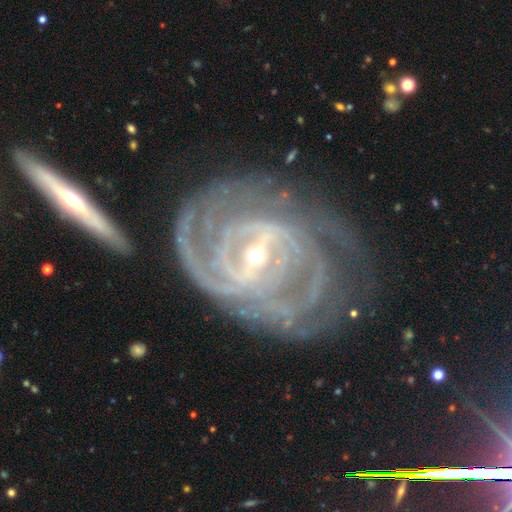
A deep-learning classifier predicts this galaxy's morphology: Smooth or featured?
  - featured or disk: 92% *
  - star or artifact: 5%
  - smooth: 3%
Edge-on disk?
  - no: 96% *
  - yes: 4%
Bar?
  - strong: 58% *
  - weak: 33%
  - no: 10%
Spiral arms?
  - yes: 98% *
  - no: 2%
Spiral winding?
  - tight: 69% *
  - medium: 27%
  - loose: 5%
Spiral arm count?
  - 4: 23% * (tied)
  - 3: 23% * (tied)
  - can't tell: 20%
  - 2: 19%
  - more than 4: 10%
  - 1: 6%
Bulge size?
  - small: 69% *
  - moderate: 27%
  - large: 1%
  - none: 1%
  - dominant: 1%
Merging?
  - none: 63% *
  - minor disturbance: 20%
  - major disturbance: 13%
  - merger: 5%